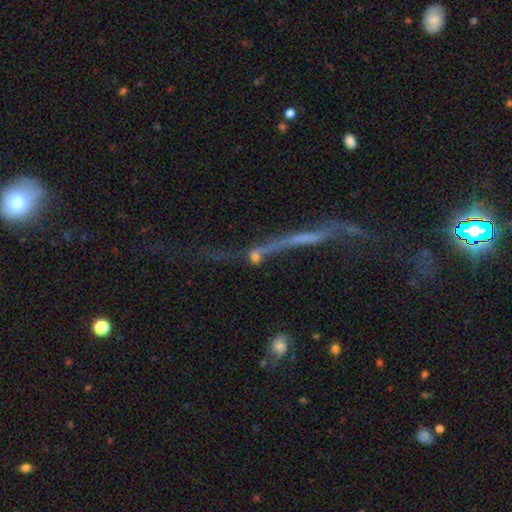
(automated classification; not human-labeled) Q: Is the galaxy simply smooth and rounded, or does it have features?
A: featured or disk — 38%.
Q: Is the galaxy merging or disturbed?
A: none — 38%.